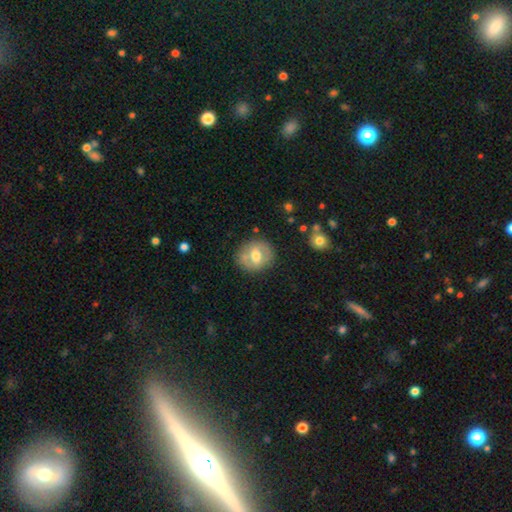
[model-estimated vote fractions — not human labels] Smooth or featured?
  - smooth: 50% *
  - featured or disk: 43%
  - star or artifact: 7%
Merging?
  - none: 78% *
  - minor disturbance: 15%
  - major disturbance: 5%
  - merger: 3%